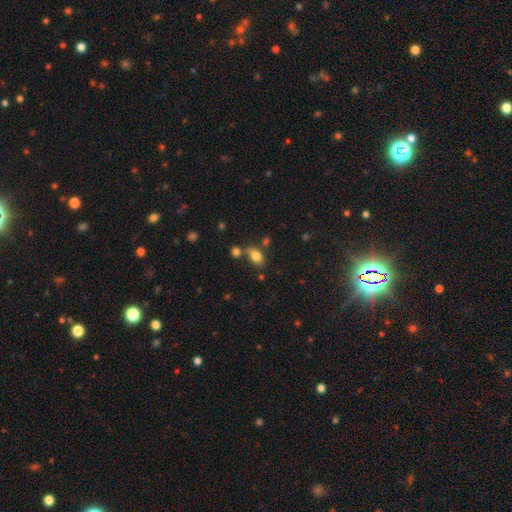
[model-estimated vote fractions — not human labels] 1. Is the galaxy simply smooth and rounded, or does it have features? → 80% smooth, 11% star or artifact, 9% featured or disk.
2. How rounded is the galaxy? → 83% in between, 15% round, 2% cigar-shaped.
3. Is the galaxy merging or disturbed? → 57% none, 22% merger, 15% minor disturbance, 6% major disturbance.